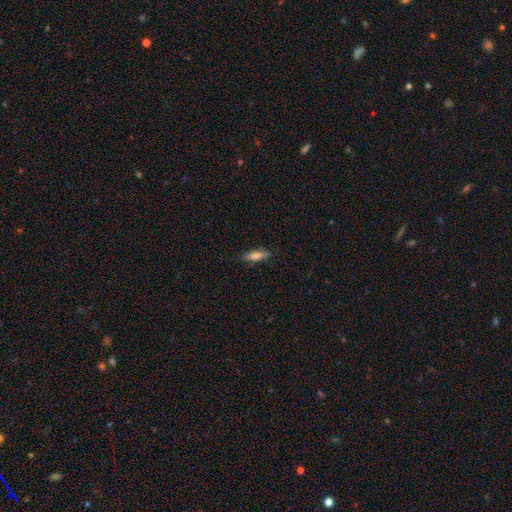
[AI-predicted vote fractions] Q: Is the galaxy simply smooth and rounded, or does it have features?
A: smooth — 75%.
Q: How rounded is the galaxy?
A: cigar-shaped — 65%.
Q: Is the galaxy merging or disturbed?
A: none — 85%.